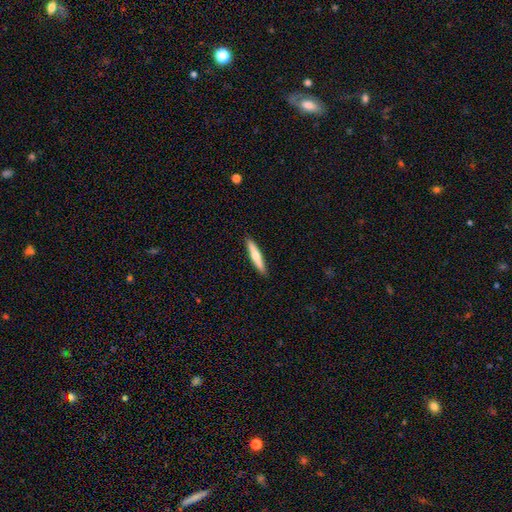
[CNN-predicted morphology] Smooth or featured? smooth (56%)
How rounded? cigar-shaped (92%)
Merging? none (91%)